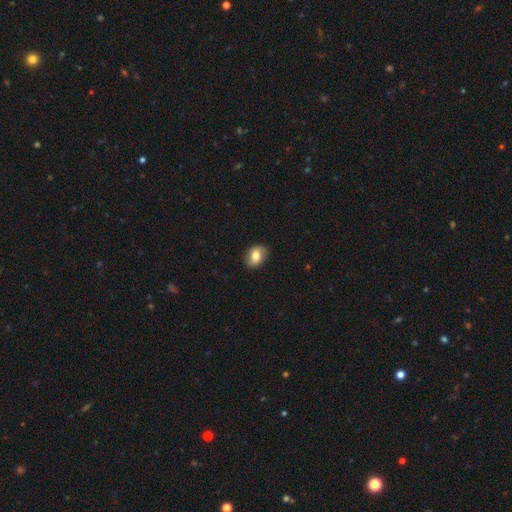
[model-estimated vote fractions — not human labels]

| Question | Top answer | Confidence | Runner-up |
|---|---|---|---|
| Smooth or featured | smooth | 69% | featured or disk (23%) |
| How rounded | in between | 64% | round (35%) |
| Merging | none | 84% | minor disturbance (12%) |